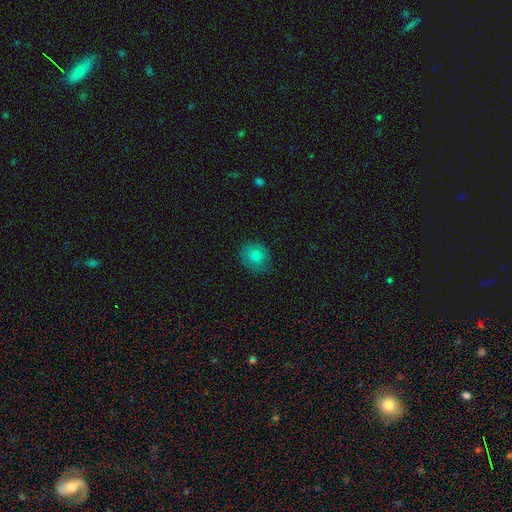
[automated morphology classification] smooth-or-featured: smooth: 75% | featured or disk: 13% | star or artifact: 12%
  how-rounded: round: 81% | in between: 18% | cigar-shaped: 1%
  merging: none: 78% | minor disturbance: 17% | major disturbance: 4% | merger: 1%